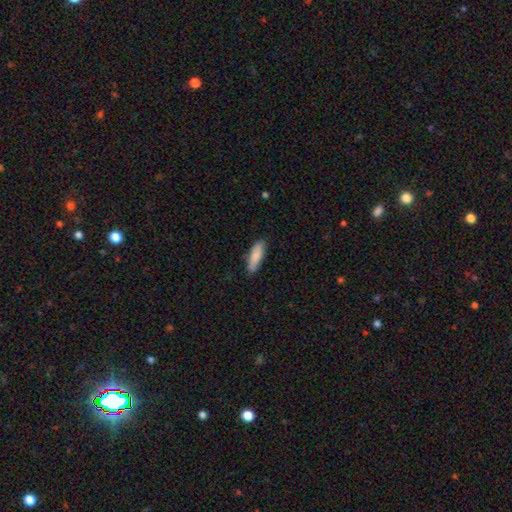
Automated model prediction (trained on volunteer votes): This is clearly a smooth galaxy (84%). How rounded: possibly cigar-shaped (50%). Merging: clearly none (84%).